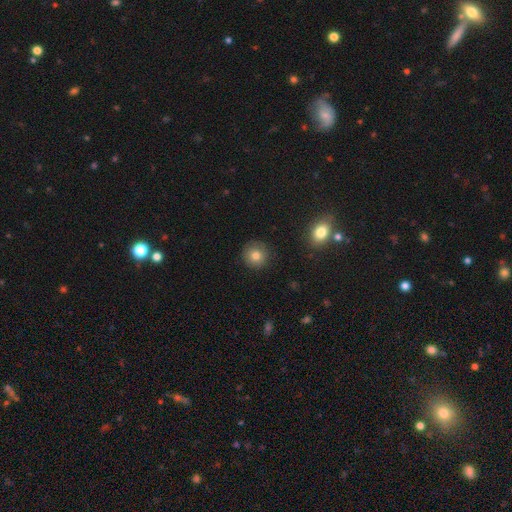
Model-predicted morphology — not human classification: Smooth or featured: smooth — 80% (star or artifact — 11%)
How rounded: round — 94% (in between — 5%)
Merging: none — 89% (minor disturbance — 8%)